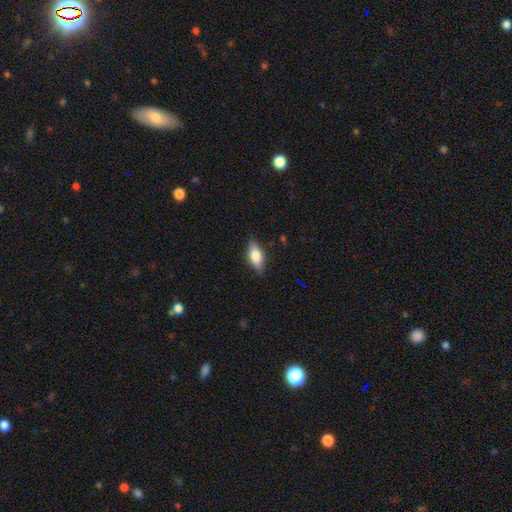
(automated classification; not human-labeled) This appears to be a smooth galaxy with no disk features (73%) that is in between round and cigar-shaped (81%). Merging: none (83%).